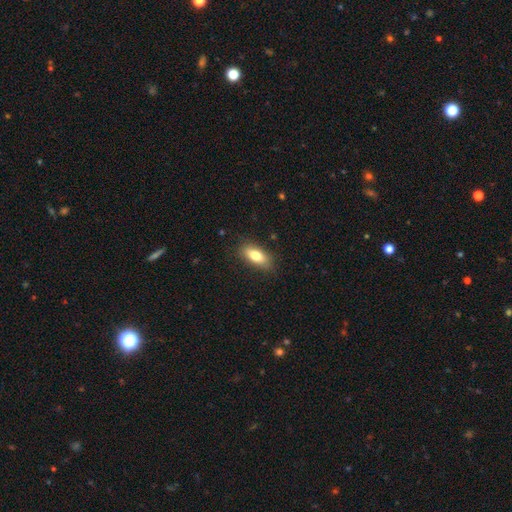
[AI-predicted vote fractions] This is likely a smooth galaxy (78%). How rounded: clearly in between (81%). Merging: clearly none (84%).